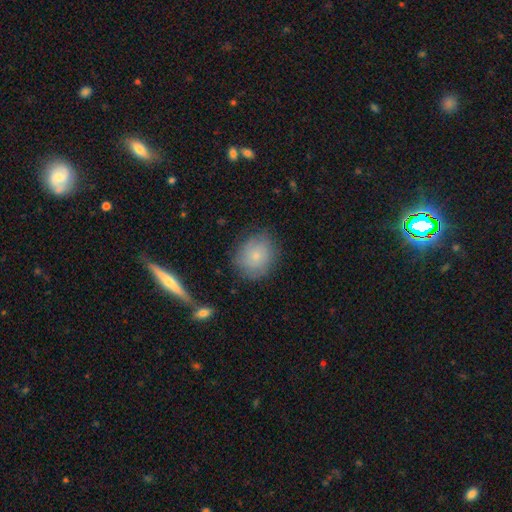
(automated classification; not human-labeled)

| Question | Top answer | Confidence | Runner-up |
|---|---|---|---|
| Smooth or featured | smooth | 75% | featured or disk (17%) |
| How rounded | round | 67% | in between (31%) |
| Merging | none | 77% | minor disturbance (16%) |